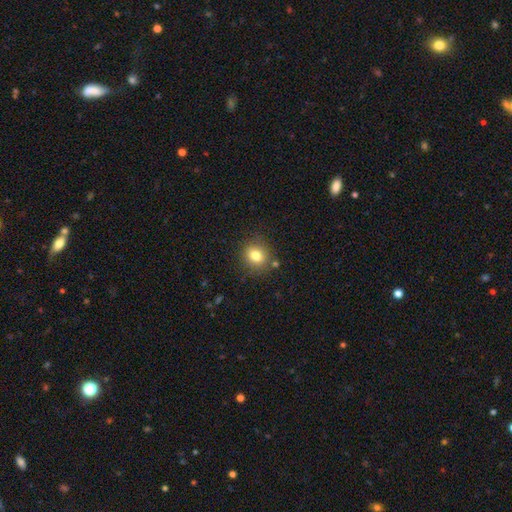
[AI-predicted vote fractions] smooth_or_featured: smooth (p=0.79) [alt: star or artifact p=0.12]
how_rounded: round (p=0.76) [alt: in between p=0.23]
merging: none (p=0.82) [alt: minor disturbance p=0.11]